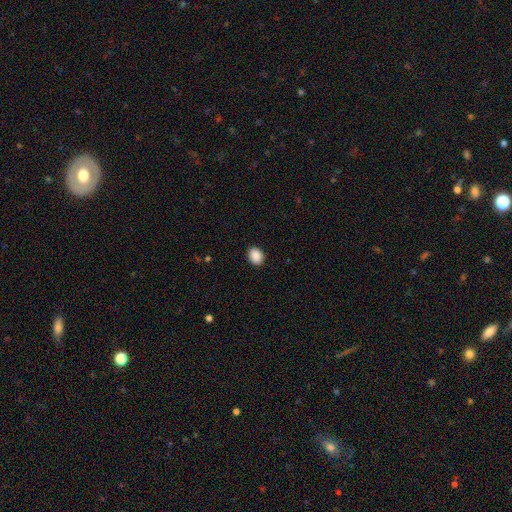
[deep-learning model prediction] A smooth galaxy with no disk features (90%) that is in between round and cigar-shaped (63%). Merging: none (90%).